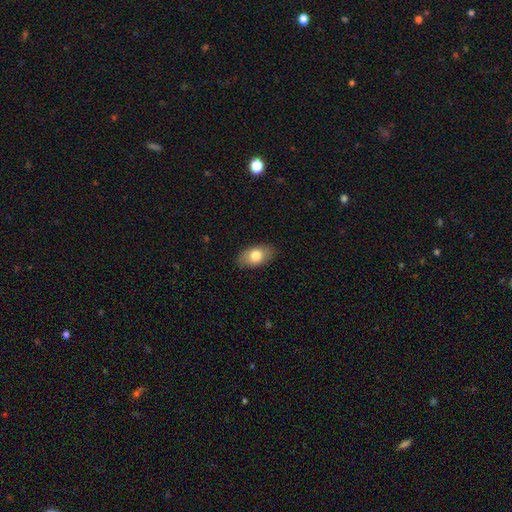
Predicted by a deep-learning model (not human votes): Q: Smooth or featured?
A: smooth (77%); runner-up: featured or disk (16%)
Q: How rounded?
A: in between (91%); runner-up: round (7%)
Q: Merging?
A: none (86%); runner-up: minor disturbance (11%)